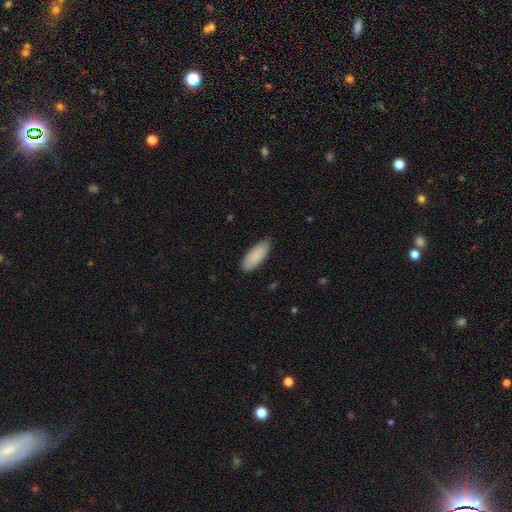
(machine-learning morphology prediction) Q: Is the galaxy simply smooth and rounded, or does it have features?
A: smooth — 89%.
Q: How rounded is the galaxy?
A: in between — 80%.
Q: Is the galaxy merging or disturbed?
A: none — 85%.